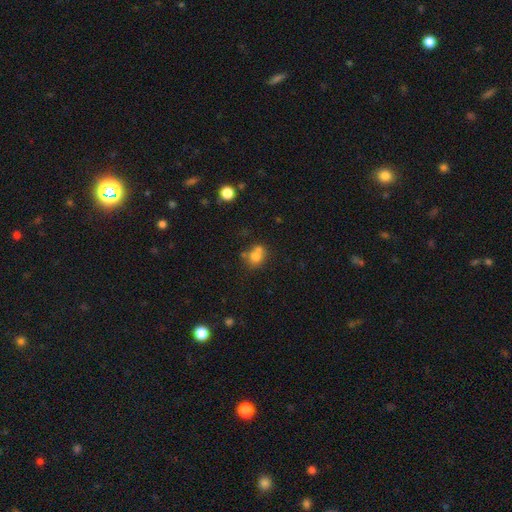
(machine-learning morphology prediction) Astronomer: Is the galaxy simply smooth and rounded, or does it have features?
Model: smooth — 71%.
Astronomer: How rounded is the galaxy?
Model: round — 68%.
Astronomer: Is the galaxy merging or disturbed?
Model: merger — 41%, tied with none at 41%.